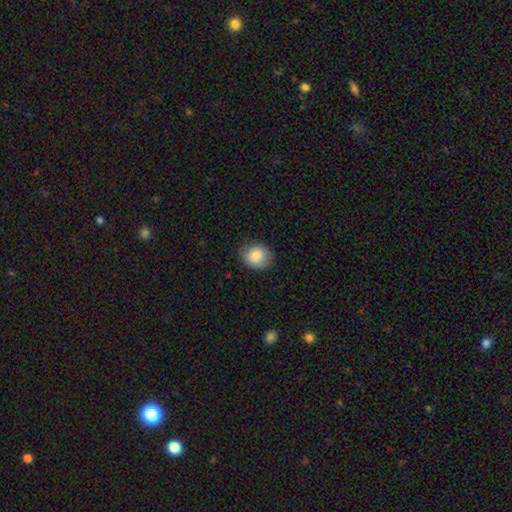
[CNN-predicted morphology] Smooth or featured? smooth (84%)
How rounded? round (56%)
Merging? none (81%)